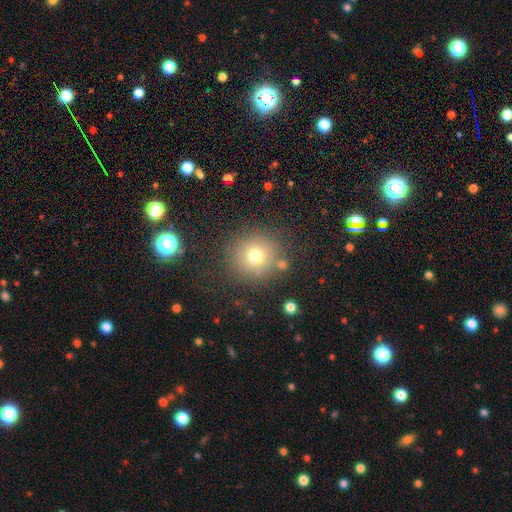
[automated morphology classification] The model was most divided on "smooth or featured": smooth: 71%, star or artifact: 16%, featured or disk: 13%. More confident: how rounded — round (93%); merging — none (82%).